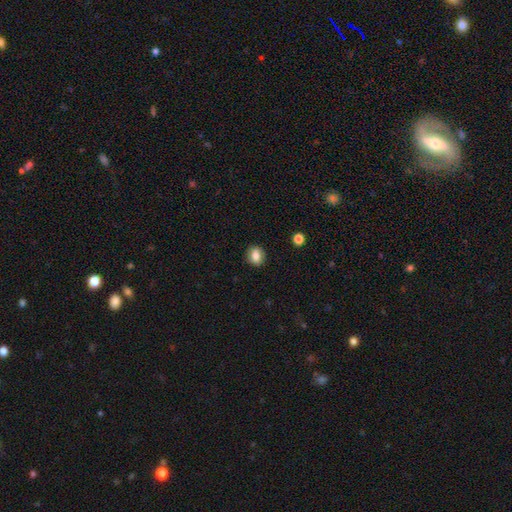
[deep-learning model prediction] Morphology: type=smooth (81%); roundness=round (59%); merging=none (88%).